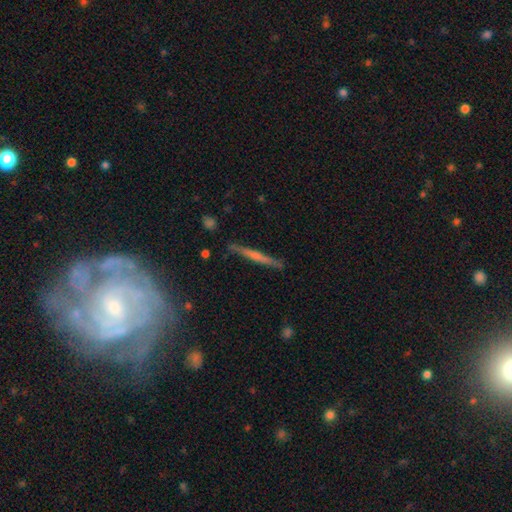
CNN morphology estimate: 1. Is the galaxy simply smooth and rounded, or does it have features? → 56% featured or disk, 36% smooth, 8% star or artifact.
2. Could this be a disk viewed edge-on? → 95% yes, 5% no.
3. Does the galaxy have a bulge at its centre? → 55% none, 30% rounded, 14% boxy.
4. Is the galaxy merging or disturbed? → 86% none, 10% minor disturbance, 2% major disturbance, 2% merger.